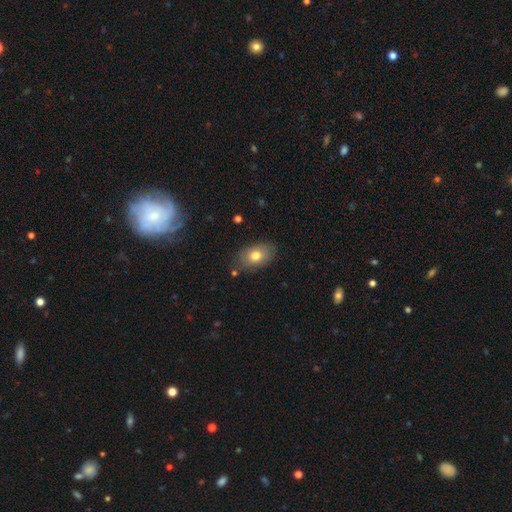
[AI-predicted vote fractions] Q: Smooth or featured?
A: smooth (75%); runner-up: featured or disk (16%)
Q: How rounded?
A: in between (86%); runner-up: round (12%)
Q: Merging?
A: none (80%); runner-up: minor disturbance (15%)